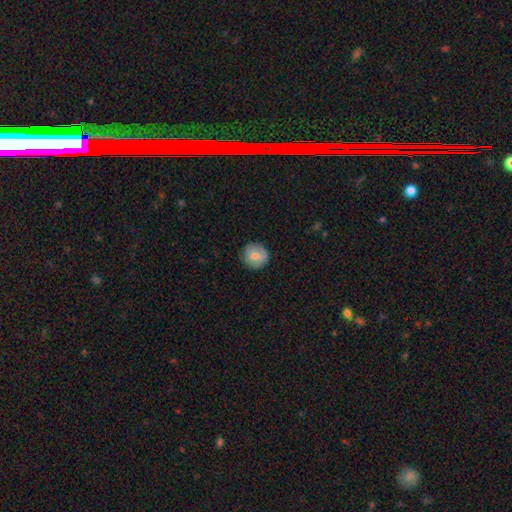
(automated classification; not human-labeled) Q: Smooth or featured?
A: smooth (75%); runner-up: featured or disk (18%)
Q: How rounded?
A: round (91%); runner-up: in between (8%)
Q: Merging?
A: none (83%); runner-up: minor disturbance (13%)